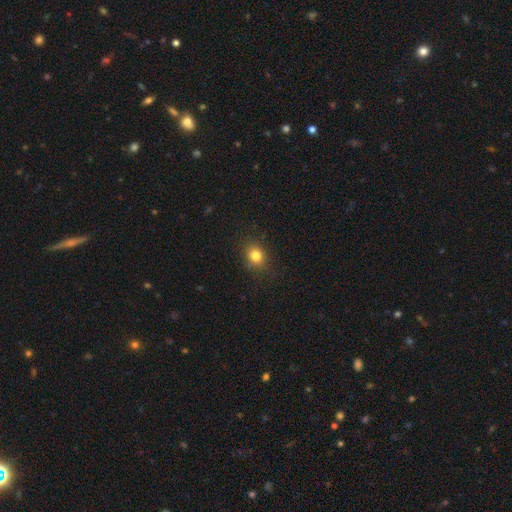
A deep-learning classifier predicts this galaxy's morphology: The model was most divided on "how rounded": round: 60%, in between: 39%, cigar-shaped: 1%. More confident: merging — none (84%); smooth or featured — smooth (81%).